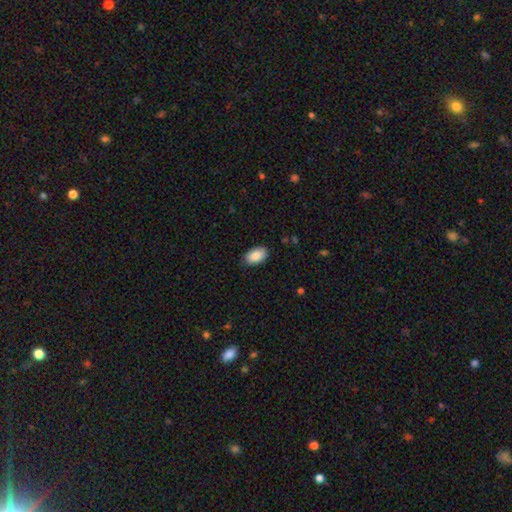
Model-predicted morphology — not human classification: This is clearly a smooth galaxy (88%). How rounded: clearly in between (93%). Merging: clearly none (82%).